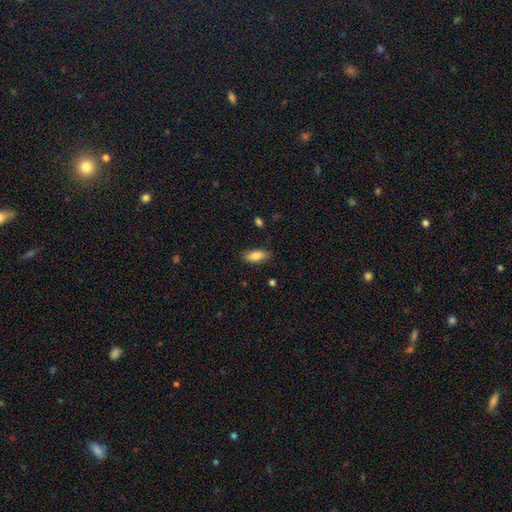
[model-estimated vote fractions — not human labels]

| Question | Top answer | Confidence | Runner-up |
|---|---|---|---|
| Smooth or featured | smooth | 86% | featured or disk (8%) |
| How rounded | in between | 84% | cigar-shaped (14%) |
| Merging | none | 85% | minor disturbance (11%) |